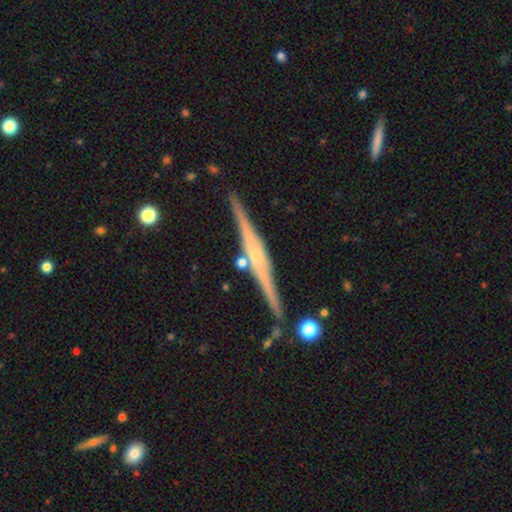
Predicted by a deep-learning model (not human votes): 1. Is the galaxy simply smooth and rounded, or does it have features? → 82% featured or disk, 12% smooth, 6% star or artifact.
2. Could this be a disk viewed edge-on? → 98% yes, 2% no.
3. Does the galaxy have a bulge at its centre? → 59% rounded, 22% none, 18% boxy.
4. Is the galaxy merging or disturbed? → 87% none, 8% minor disturbance, 3% merger, 2% major disturbance.